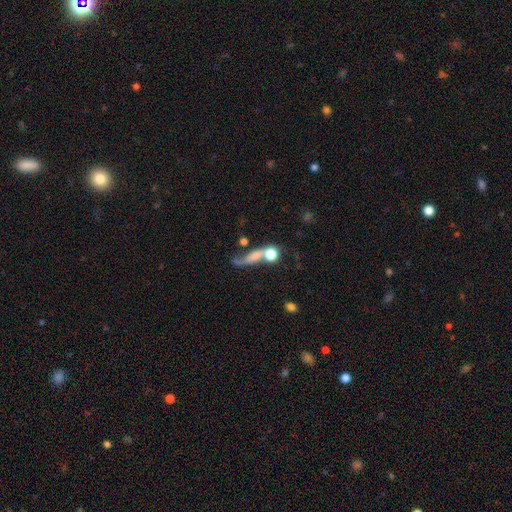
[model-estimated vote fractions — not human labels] Morphology: type=smooth (50%); merging=merger (34%).